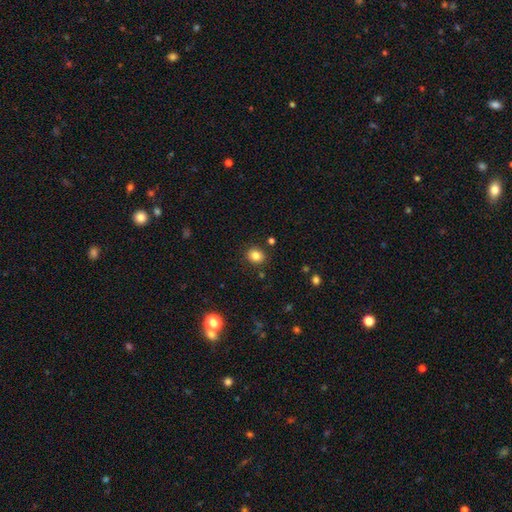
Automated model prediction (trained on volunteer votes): Smooth or featured: smooth — 83% (star or artifact — 11%)
How rounded: round — 71% (in between — 28%)
Merging: none — 87% (minor disturbance — 8%)